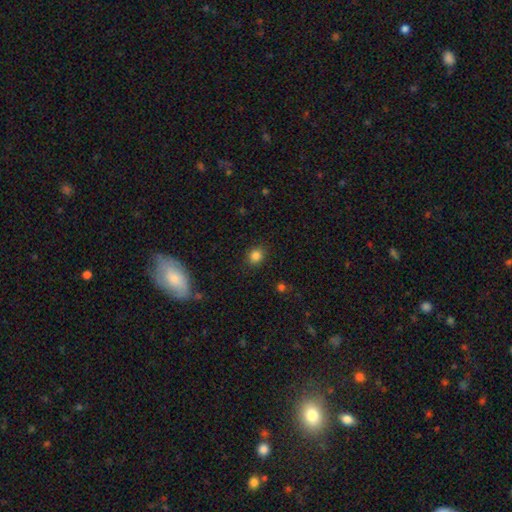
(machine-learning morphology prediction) smooth 83%, star or artifact 12%, featured or disk 5%. Down the decision tree: how rounded — round (74%); merging — none (88%).